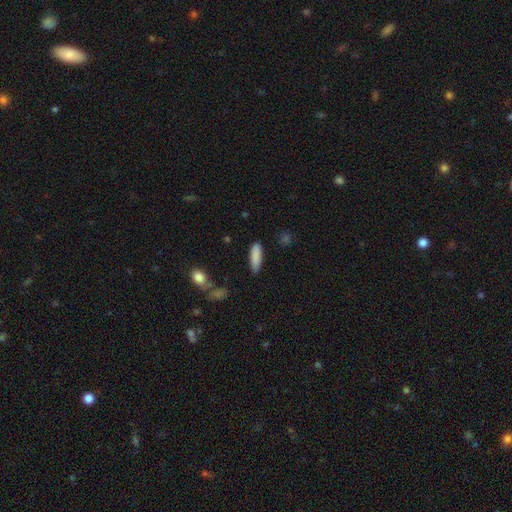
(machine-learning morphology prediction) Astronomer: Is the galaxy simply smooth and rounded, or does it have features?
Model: smooth — 87%.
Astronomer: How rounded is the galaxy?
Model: cigar-shaped — 56% (runner-up: in between, 42%).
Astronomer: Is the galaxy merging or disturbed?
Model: none — 80%.